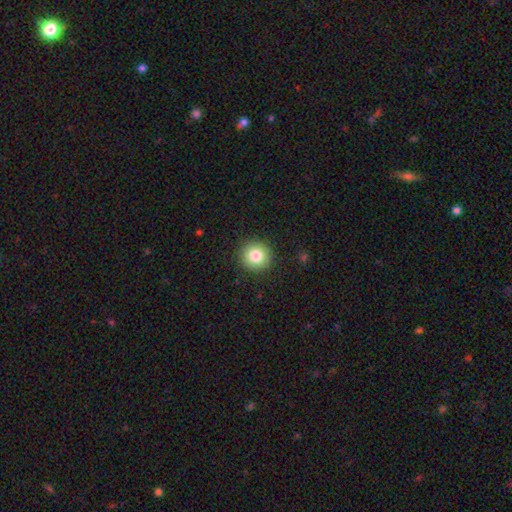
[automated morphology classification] The model was most divided on "smooth or featured": smooth: 83%, star or artifact: 10%, featured or disk: 7%. More confident: how rounded — round (93%); merging — none (92%).